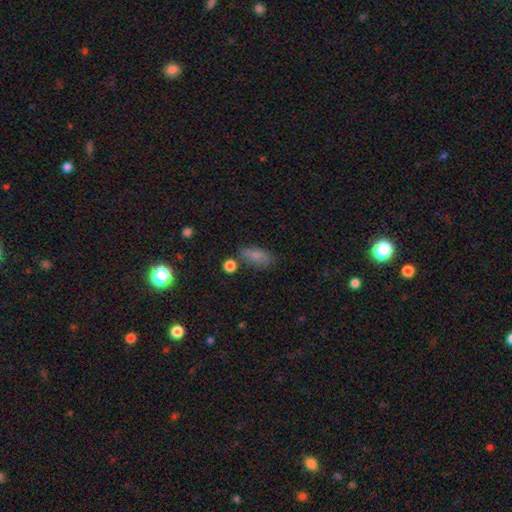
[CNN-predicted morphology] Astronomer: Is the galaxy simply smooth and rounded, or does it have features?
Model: smooth — 79%.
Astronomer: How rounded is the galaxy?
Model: in between — 82%.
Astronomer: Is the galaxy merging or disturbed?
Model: none — 66%.